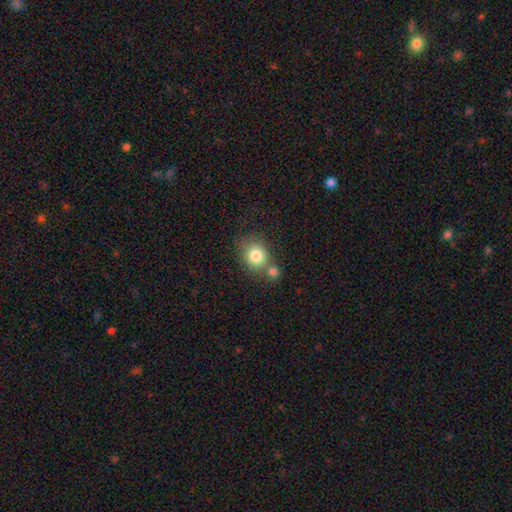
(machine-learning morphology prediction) Overall: smooth (81%). How rounded: round (63%; in between 36%). Merging: none (51%; merger 32%).